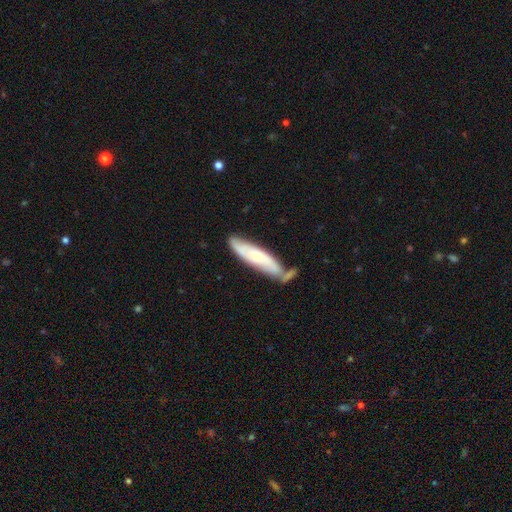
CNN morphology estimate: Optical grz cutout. It shows a smooth galaxy with no disk features (48%). Merging: none (49%).